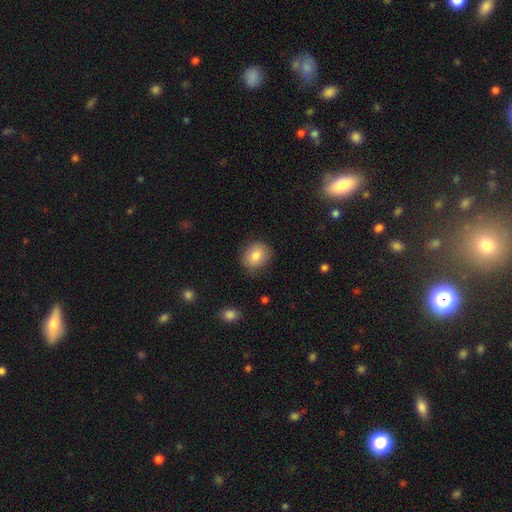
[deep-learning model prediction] A smooth galaxy with no disk features (83%) that is round (63%).

Vote fractions:
- Smooth or featured? smooth: 83% / featured or disk: 9% / star or artifact: 8%
- How rounded? round: 63% / in between: 36% / cigar-shaped: 1%
- Merging? none: 84% / minor disturbance: 12% / major disturbance: 3% / merger: 1%